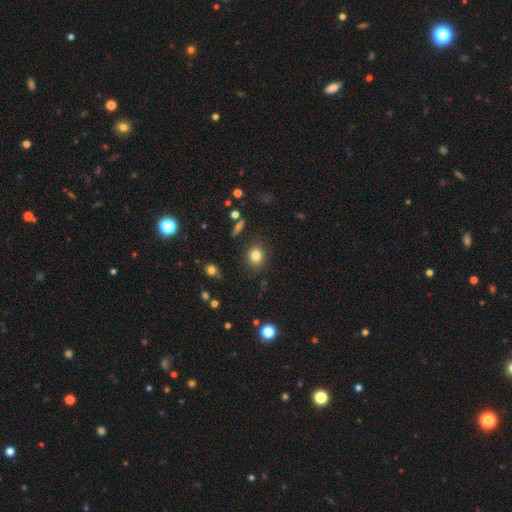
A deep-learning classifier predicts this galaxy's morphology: The model was most divided on "how rounded": round: 70%, in between: 29%, cigar-shaped: 1%. More confident: merging — none (87%); smooth or featured — smooth (81%).